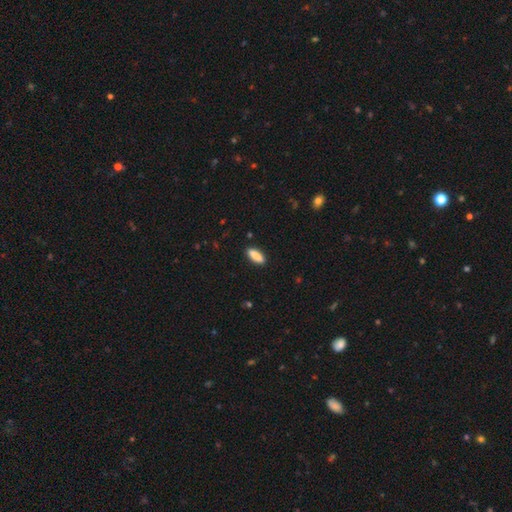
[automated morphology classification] Overall: smooth (87%). How rounded: in between (54%; cigar-shaped 44%). Merging: none (89%).